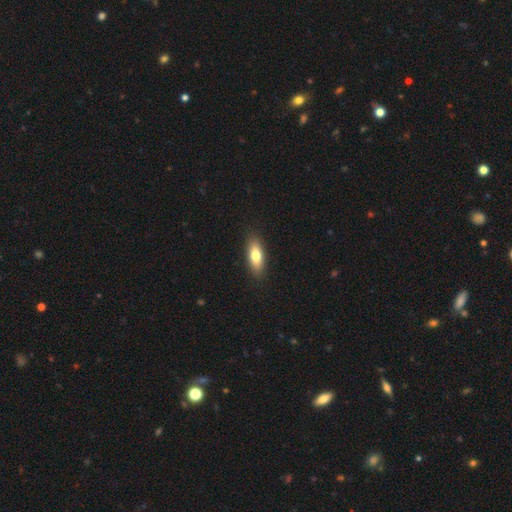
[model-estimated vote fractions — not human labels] This appears to be a smooth galaxy with no disk features (76%) that is in between round and cigar-shaped (74%). Merging: none (89%).